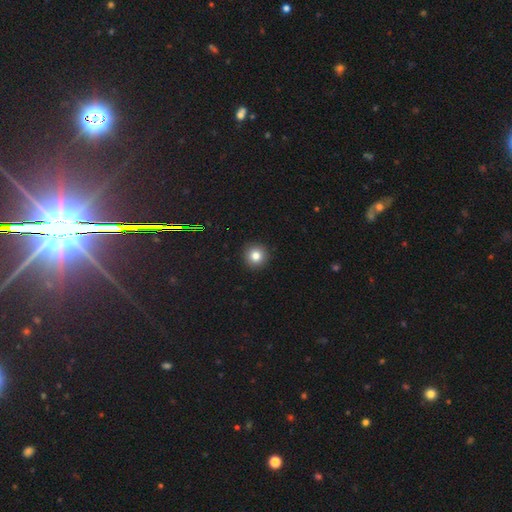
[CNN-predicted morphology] Smooth or featured? smooth (80%)
How rounded? round (95%)
Merging? none (93%)